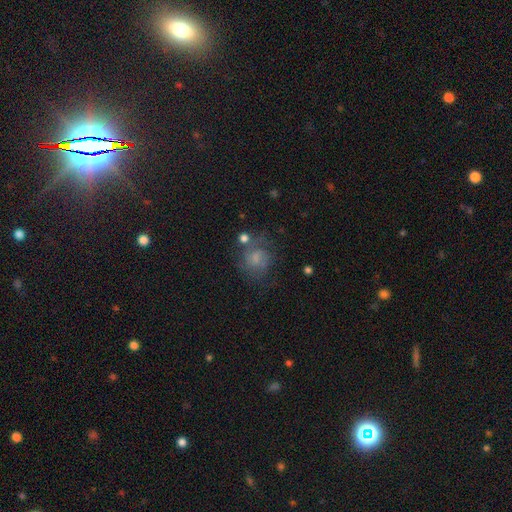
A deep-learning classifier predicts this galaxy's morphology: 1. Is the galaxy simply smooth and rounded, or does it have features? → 44% smooth, 39% featured or disk, 17% star or artifact.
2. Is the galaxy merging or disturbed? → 60% none, 19% minor disturbance, 14% major disturbance, 7% merger.